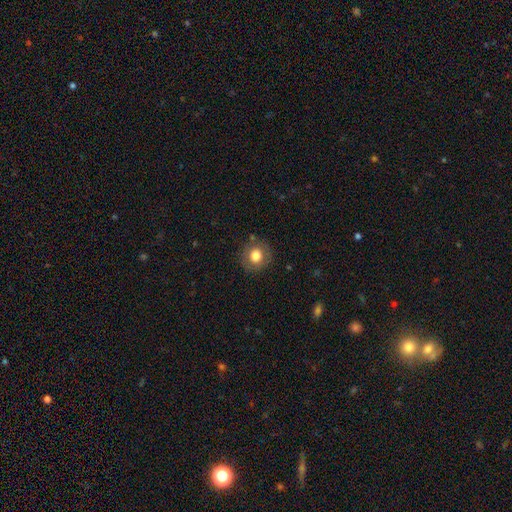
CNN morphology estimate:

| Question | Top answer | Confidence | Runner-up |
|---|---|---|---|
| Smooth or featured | smooth | 75% | featured or disk (16%) |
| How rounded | round | 88% | in between (11%) |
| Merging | none | 84% | minor disturbance (10%) |